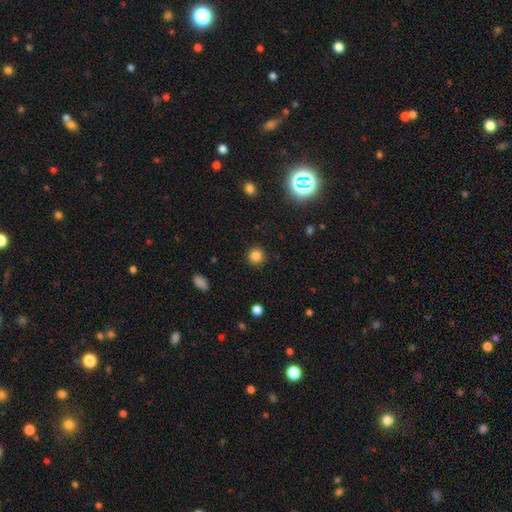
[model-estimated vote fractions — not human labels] Smooth or featured? Predicted: smooth (p=0.83). How rounded? Predicted: round (p=0.94). Merging? Predicted: none (p=0.91).